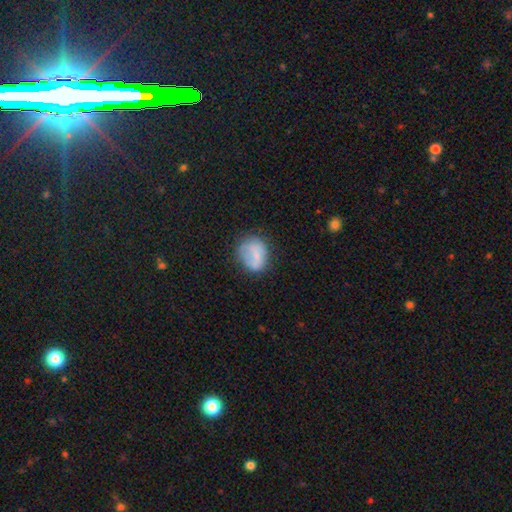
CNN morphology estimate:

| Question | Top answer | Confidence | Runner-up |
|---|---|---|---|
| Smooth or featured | smooth | 70% | featured or disk (22%) |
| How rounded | round | 57% | in between (42%) |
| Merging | none | 55% | minor disturbance (27%) |